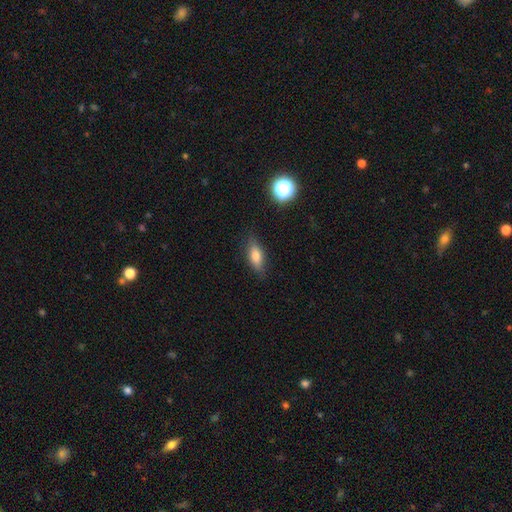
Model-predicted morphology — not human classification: Smooth or featured: smooth — 72% (featured or disk — 18%)
How rounded: in between — 71% (cigar-shaped — 24%)
Merging: none — 82% (minor disturbance — 14%)